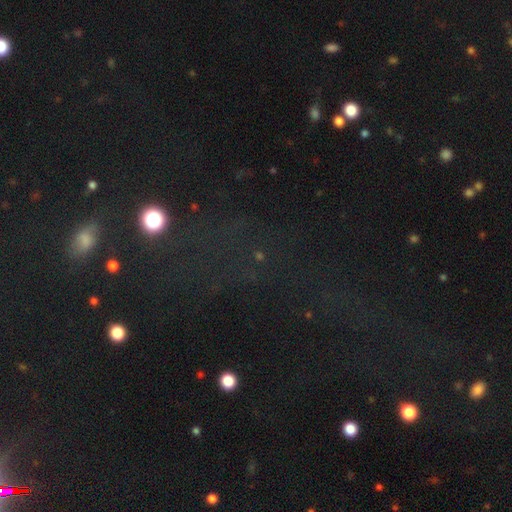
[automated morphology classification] smooth_or_featured: star or artifact (p=0.58) [alt: smooth p=0.27]